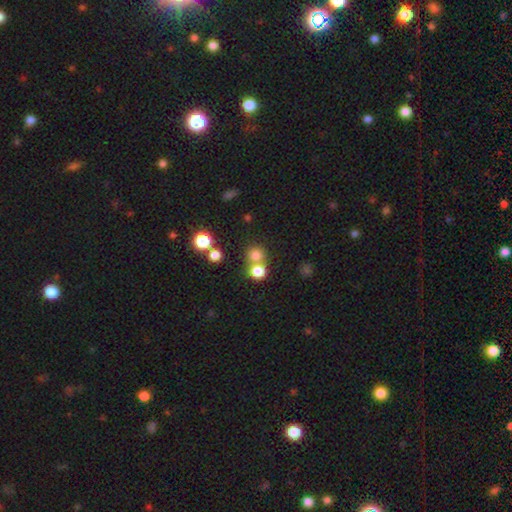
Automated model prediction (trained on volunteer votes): The model was most divided on "merging": none: 58%, merger: 32%, minor disturbance: 7%, major disturbance: 3%. More confident: how rounded — round (87%); smooth or featured — smooth (76%).